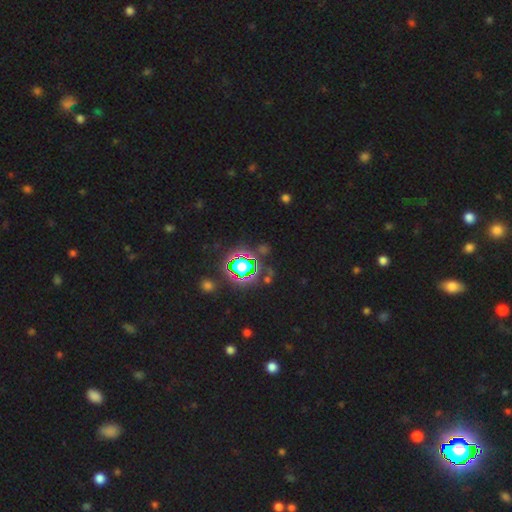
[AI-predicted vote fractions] Q: Smooth or featured?
A: star or artifact (80%); runner-up: smooth (13%)